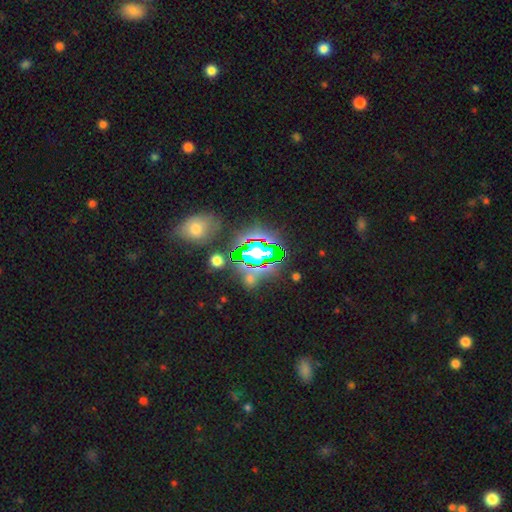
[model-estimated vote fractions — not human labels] Overall: star or artifact (74%).